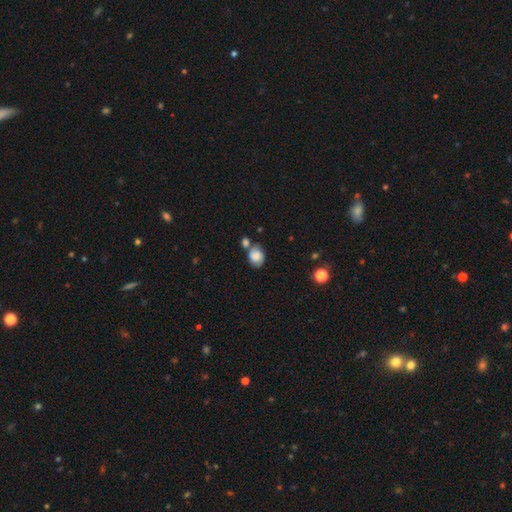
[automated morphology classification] smooth 69%, featured or disk 21%, star or artifact 10%. Down the decision tree: how rounded — in between (51%); merging — none (50%).